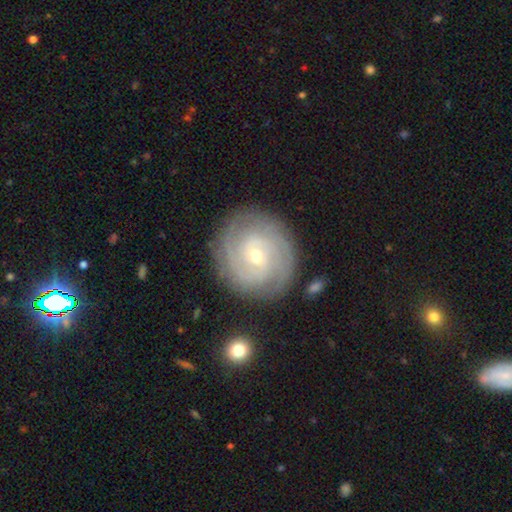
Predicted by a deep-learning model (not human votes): smooth-or-featured: featured or disk: 85% | smooth: 9% | star or artifact: 6%
  disk-edge-on: no: 98% | yes: 2%
    bar: no: 57% | weak: 35% | strong: 8%
    has-spiral-arms: yes: 96% | no: 4%
      spiral-winding: tight: 76% | medium: 20% | loose: 4%
      spiral-arm-count: 2: 26% (tied) | 3: 26% (tied) | can't tell: 24% | 4: 13% | more than 4: 6% | 1: 6%
    bulge-size: small: 61% | moderate: 37% | large: 1% | none: 1% | dominant: 1%
  merging: none: 85% | minor disturbance: 10% | major disturbance: 3% | merger: 2%